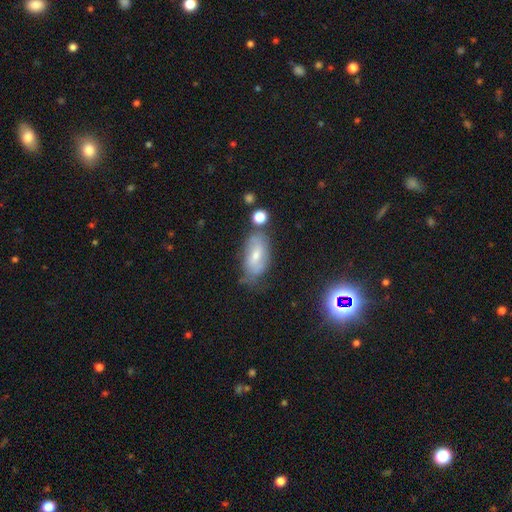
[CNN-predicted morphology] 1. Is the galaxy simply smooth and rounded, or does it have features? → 47% featured or disk, 39% smooth, 14% star or artifact.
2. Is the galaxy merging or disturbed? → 60% none, 26% minor disturbance, 7% major disturbance, 7% merger.